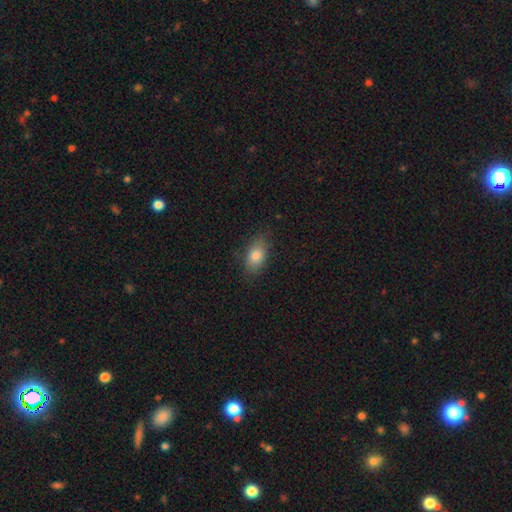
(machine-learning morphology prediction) Smooth or featured? Predicted: smooth (p=0.82). How rounded? Predicted: in between (p=0.87). Merging? Predicted: none (p=0.81).